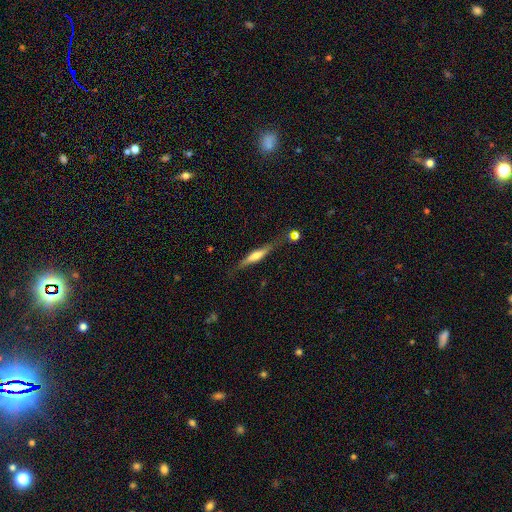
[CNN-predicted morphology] smooth_or_featured: featured or disk (p=0.53) [alt: smooth p=0.41]
disk_edge_on: yes (p=0.92) [alt: no p=0.08]
merging: none (p=0.72) [alt: minor disturbance p=0.19]